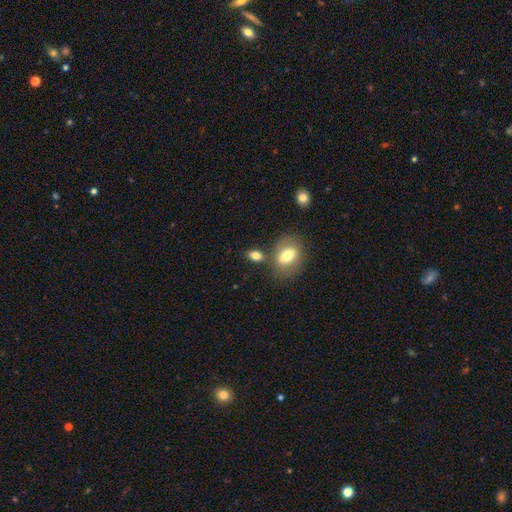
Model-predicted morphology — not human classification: type=smooth (78%); roundness=in between (79%); merging=none (64%).